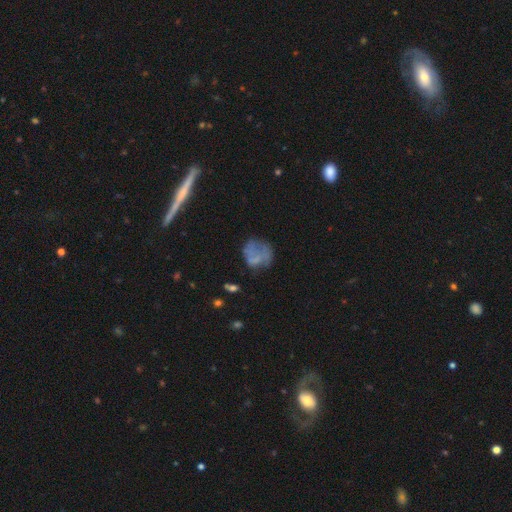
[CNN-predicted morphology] The model was most divided on "merging": none: 44%, major disturbance: 26%, minor disturbance: 25%, merger: 4%. More confident: how rounded — round (72%); smooth or featured — smooth (54%).